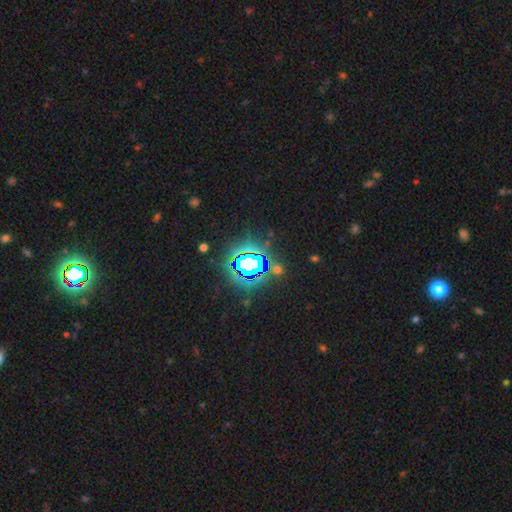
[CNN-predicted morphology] A star or artifact, not a galaxy (82%).